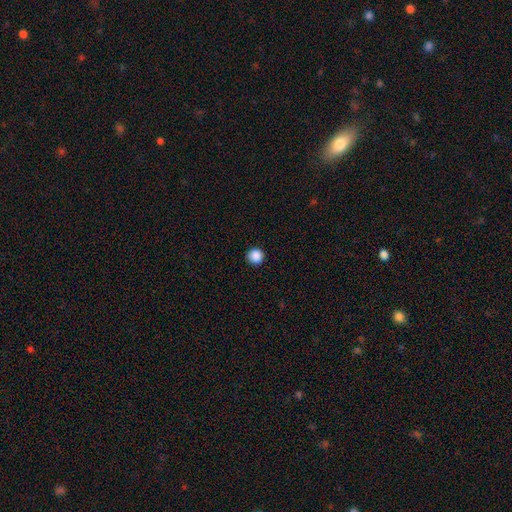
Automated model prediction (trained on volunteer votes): A smooth galaxy with no disk features (89%) that is round (96%).

Vote fractions:
- Smooth or featured? smooth: 89% / star or artifact: 9% / featured or disk: 2%
- How rounded? round: 96% / in between: 4% / cigar-shaped: 1%
- Merging? none: 93% / minor disturbance: 4% / major disturbance: 1% / merger: 1%